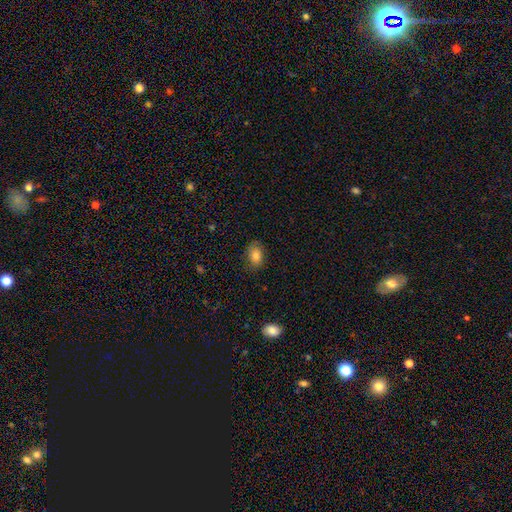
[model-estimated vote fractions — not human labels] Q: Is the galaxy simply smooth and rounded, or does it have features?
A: smooth — 79%.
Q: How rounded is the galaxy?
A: in between — 81%.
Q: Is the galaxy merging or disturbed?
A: none — 79%.